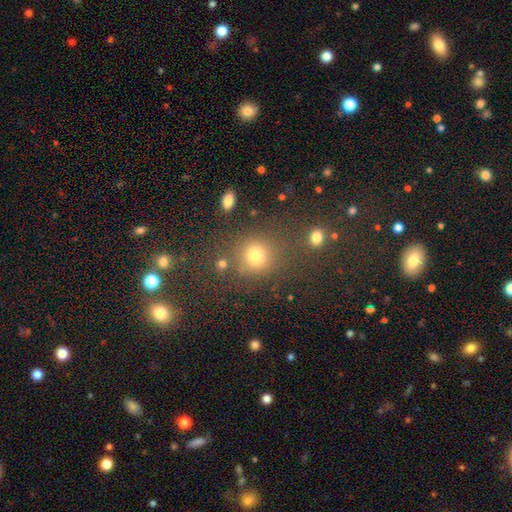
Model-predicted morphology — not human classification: smooth 72%, star or artifact 21%, featured or disk 7%. Down the decision tree: how rounded — round (81%); merging — none (73%).